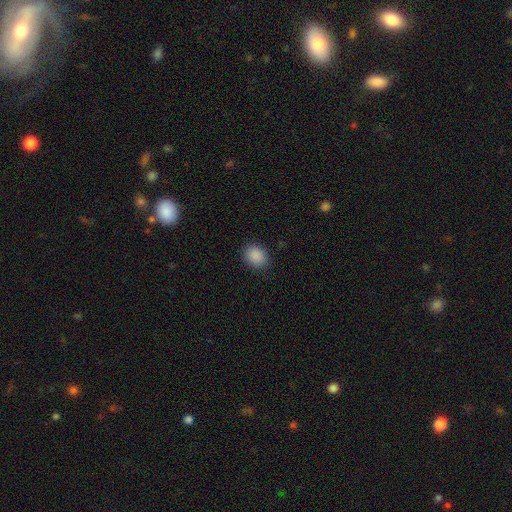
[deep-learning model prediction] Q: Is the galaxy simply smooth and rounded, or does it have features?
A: smooth — 88%.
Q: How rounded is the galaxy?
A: in between — 50%.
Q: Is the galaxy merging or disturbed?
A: none — 86%.